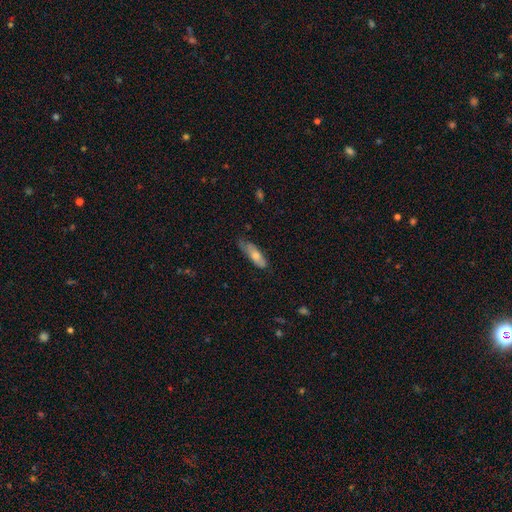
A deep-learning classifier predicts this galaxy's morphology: Q: Smooth or featured?
A: smooth (69%); runner-up: featured or disk (25%)
Q: How rounded?
A: in between (51%); runner-up: cigar-shaped (47%)
Q: Merging?
A: none (56%); runner-up: minor disturbance (34%)